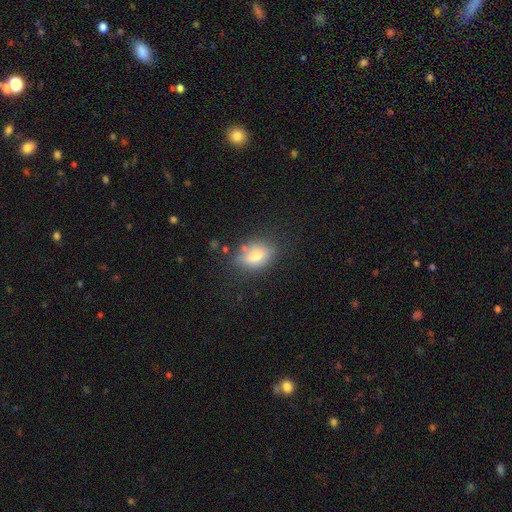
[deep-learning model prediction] Smooth or featured? Predicted: smooth (p=0.68). How rounded? Predicted: in between (p=0.78). Merging? Predicted: none (p=0.69).